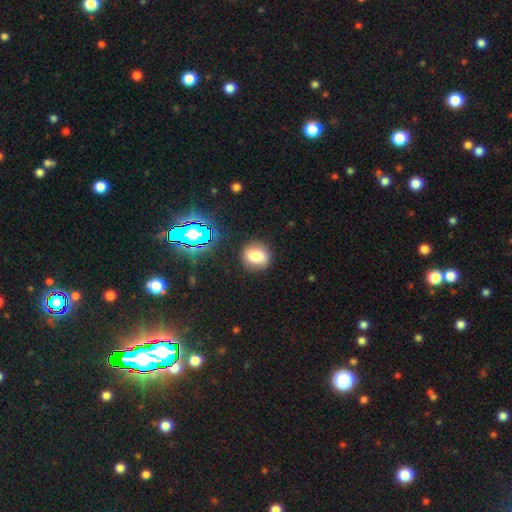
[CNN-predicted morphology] Smooth or featured?
  - smooth: 72% *
  - featured or disk: 14%
  - star or artifact: 14%
How rounded?
  - round: 64% *
  - in between: 35%
  - cigar-shaped: 1%
Merging?
  - none: 83% *
  - minor disturbance: 11%
  - major disturbance: 4%
  - merger: 2%